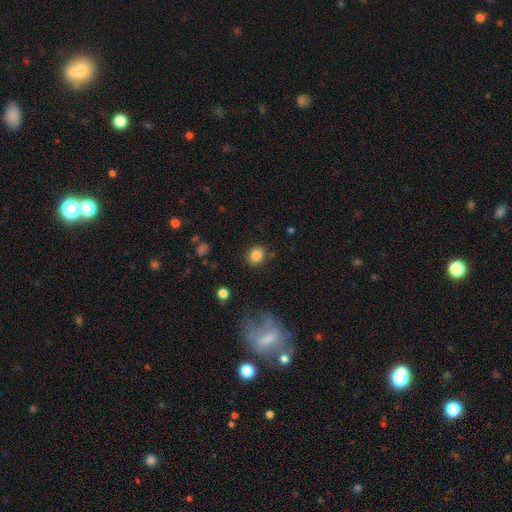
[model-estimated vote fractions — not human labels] A smooth galaxy with no disk features (85%) that is round (52%). Merging: none (84%).